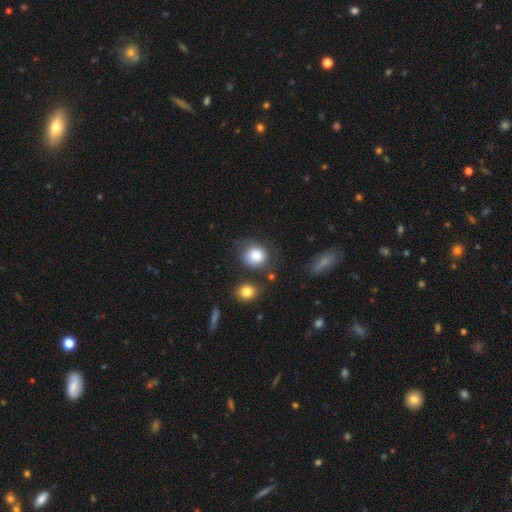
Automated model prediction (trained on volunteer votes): Overall: smooth (85%). How rounded: round (78%). Merging: none (64%).